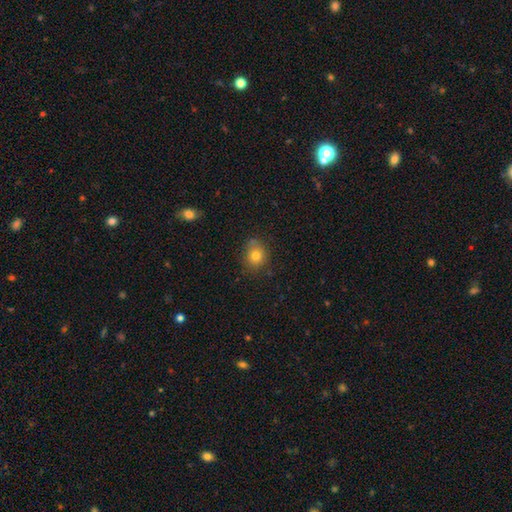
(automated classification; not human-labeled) Q: Smooth or featured?
A: smooth (78%); runner-up: star or artifact (12%)
Q: How rounded?
A: round (72%); runner-up: in between (28%)
Q: Merging?
A: none (71%); runner-up: minor disturbance (19%)